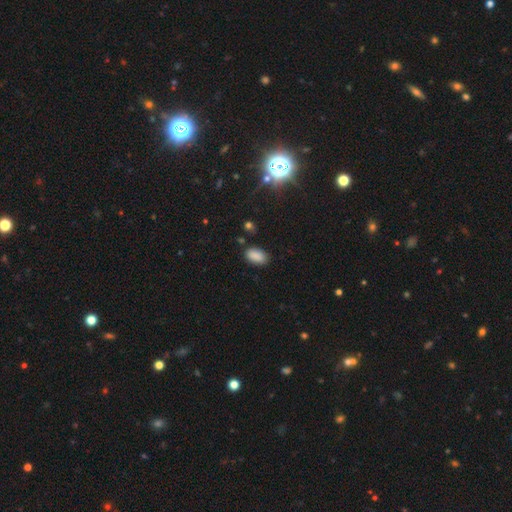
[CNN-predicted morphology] smooth-or-featured: smooth: 87% | star or artifact: 9% | featured or disk: 4%
  how-rounded: in between: 93% | round: 5% | cigar-shaped: 2%
  merging: none: 82% | minor disturbance: 13% | major disturbance: 3% | merger: 2%